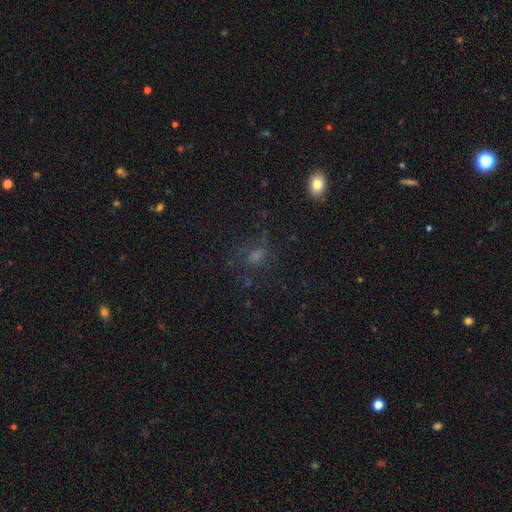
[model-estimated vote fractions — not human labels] Overall: smooth (43%; star or artifact 29%). Merging: none (58%; major disturbance 21%).